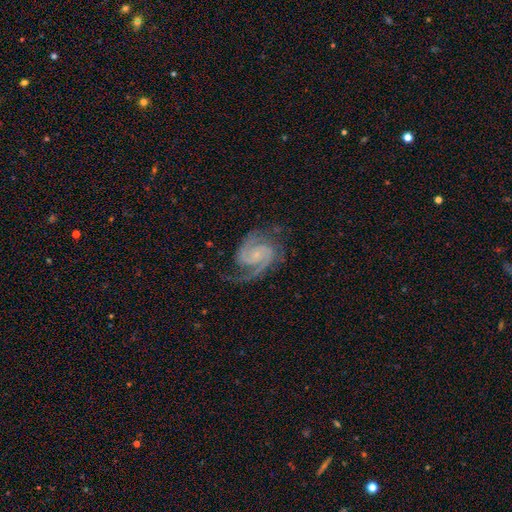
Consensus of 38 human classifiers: Smooth or featured?
  - featured or disk: 100% *
  - smooth: 0%
  - star or artifact: 0%
Edge-on disk?
  - no: 97% *
  - yes: 3%
Bar?
  - no: 73% *
  - weak: 24%
  - strong: 3%
Spiral arms?
  - yes: 100% *
  - no: 0%
Spiral winding?
  - medium: 73% *
  - tight: 22%
  - loose: 5%
Spiral arm count?
  - 2: 100% *
  - 1: 0%
  - 3: 0%
  - 4: 0%
  - more than 4: 0%
  - can't tell: 0%
Bulge size?
  - small: 84% *
  - moderate: 11%
  - none: 5%
  - dominant: 0%
  - large: 0%
Merging?
  - none: 71% *
  - minor disturbance: 29%
  - major disturbance: 0%
  - merger: 0%